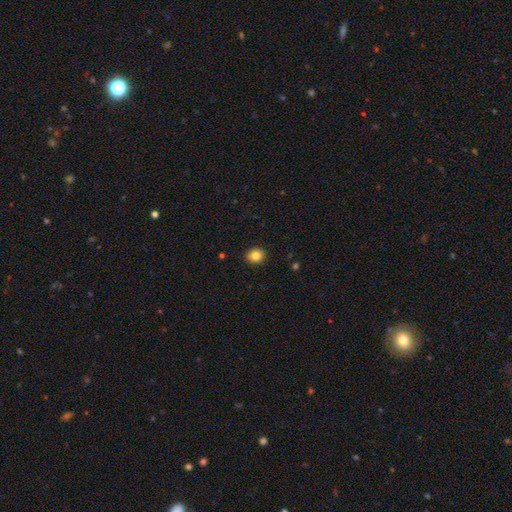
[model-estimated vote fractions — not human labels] The model was most divided on "how rounded": round: 68%, in between: 31%, cigar-shaped: 1%. More confident: merging — none (91%); smooth or featured — smooth (84%).